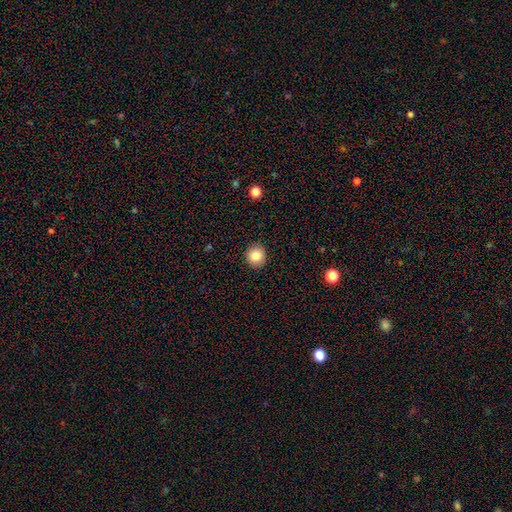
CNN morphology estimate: Smooth or featured?
  - smooth: 84% *
  - star or artifact: 10%
  - featured or disk: 7%
How rounded?
  - round: 87% *
  - in between: 12%
  - cigar-shaped: 1%
Merging?
  - none: 91% *
  - minor disturbance: 6%
  - major disturbance: 2%
  - merger: 1%